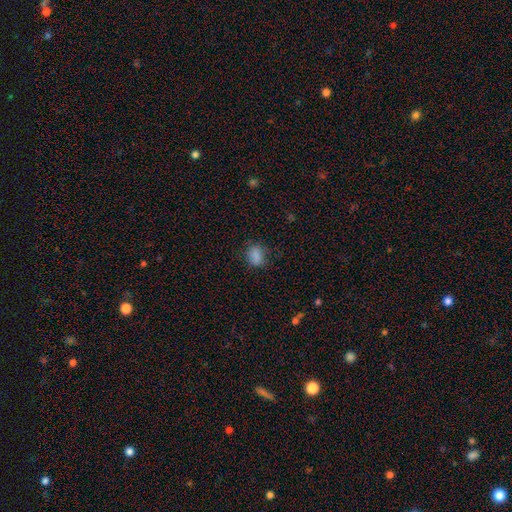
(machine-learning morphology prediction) This appears to be a smooth galaxy with no disk features (83%) that is in between round and cigar-shaped (68%). Merging: none (72%).